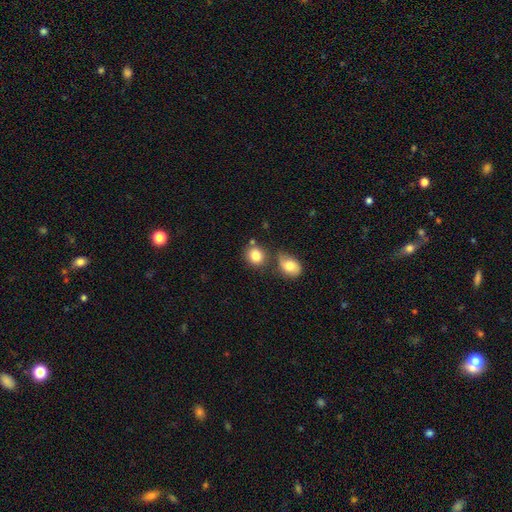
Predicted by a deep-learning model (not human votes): Smooth or featured?
  - smooth: 83% *
  - star or artifact: 9%
  - featured or disk: 8%
How rounded?
  - round: 75% *
  - in between: 24%
  - cigar-shaped: 1%
Merging?
  - none: 64% *
  - merger: 20%
  - minor disturbance: 12%
  - major disturbance: 4%